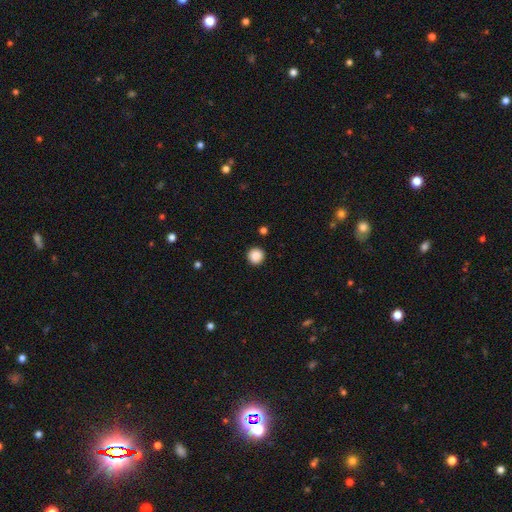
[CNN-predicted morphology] Smooth or featured? smooth (88%)
How rounded? round (95%)
Merging? none (92%)